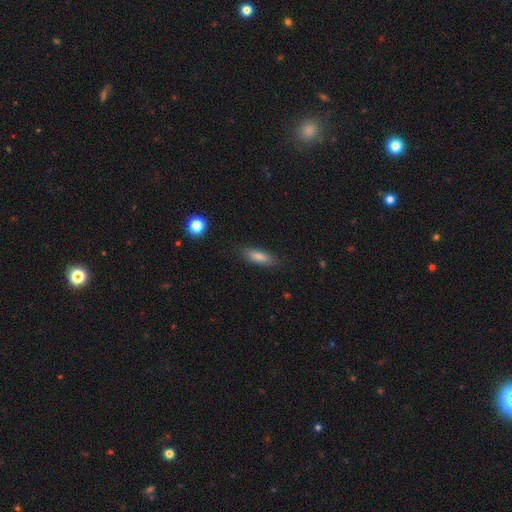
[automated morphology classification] A smooth galaxy with no disk features (77%) that is in between round and cigar-shaped (50%).

Vote fractions:
- Smooth or featured? smooth: 77% / featured or disk: 13% / star or artifact: 10%
- How rounded? in between: 50% / cigar-shaped: 47% / round: 3%
- Merging? none: 85% / minor disturbance: 11% / major disturbance: 3% / merger: 1%